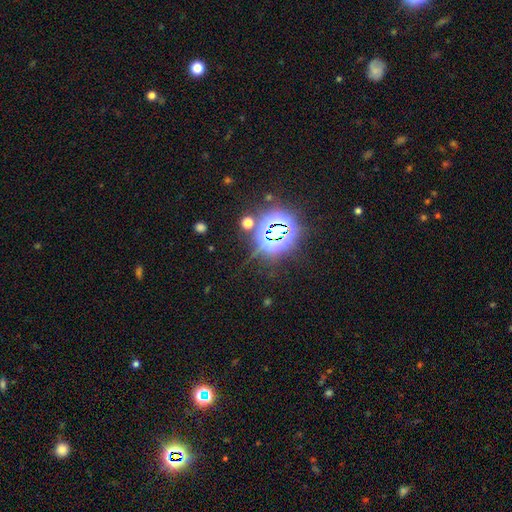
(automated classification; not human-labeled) This is clearly a star or artifact rather than a galaxy (82%).